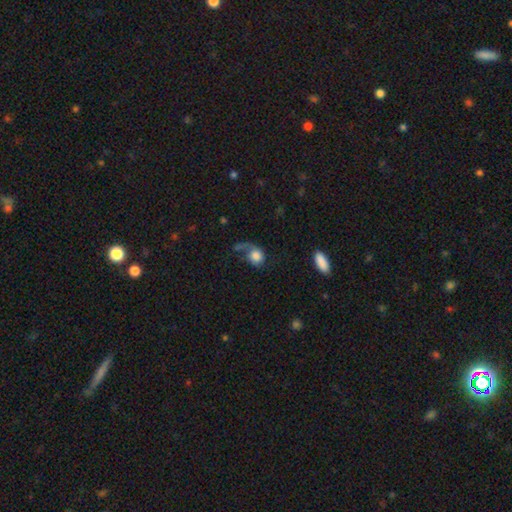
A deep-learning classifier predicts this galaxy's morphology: Smooth or featured? smooth (65%)
How rounded? round (67%)
Merging? major disturbance (40%)